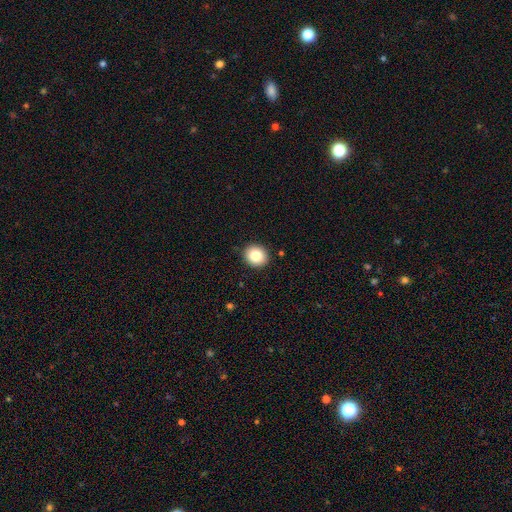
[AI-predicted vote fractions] smooth-or-featured: smooth: 83% | star or artifact: 10% | featured or disk: 7%
  how-rounded: round: 84% | in between: 15% | cigar-shaped: 1%
  merging: none: 90% | minor disturbance: 7% | major disturbance: 2% | merger: 1%